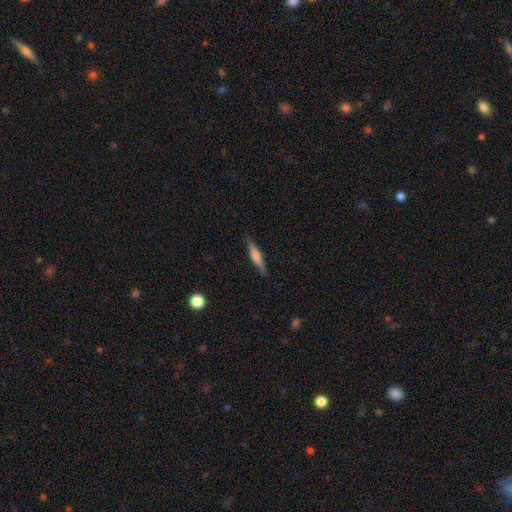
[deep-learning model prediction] This appears to be a smooth galaxy with no disk features (50%) that is cigar-shaped (89%). Merging: none (88%).